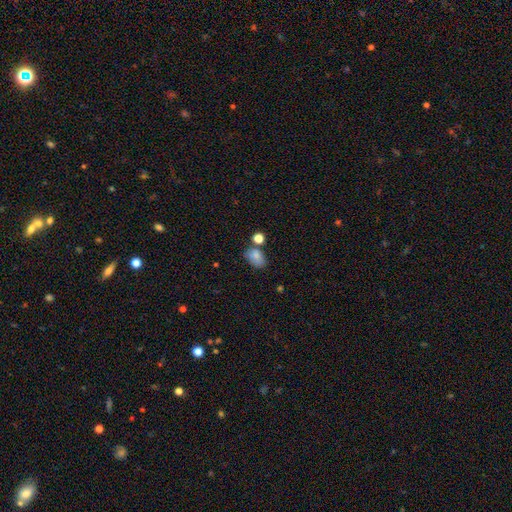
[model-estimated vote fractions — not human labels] smooth 81%, star or artifact 11%, featured or disk 8%. Down the decision tree: how rounded — in between (78%); merging — none (55%).